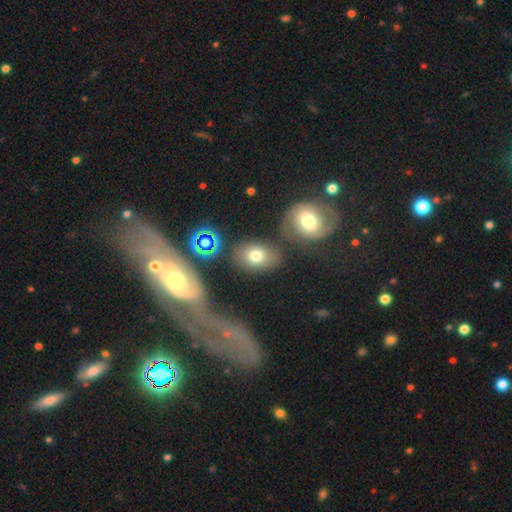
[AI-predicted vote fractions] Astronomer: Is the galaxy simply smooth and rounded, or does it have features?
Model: smooth — 71%.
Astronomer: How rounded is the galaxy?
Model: in between — 73%.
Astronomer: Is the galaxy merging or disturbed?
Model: none — 73%.